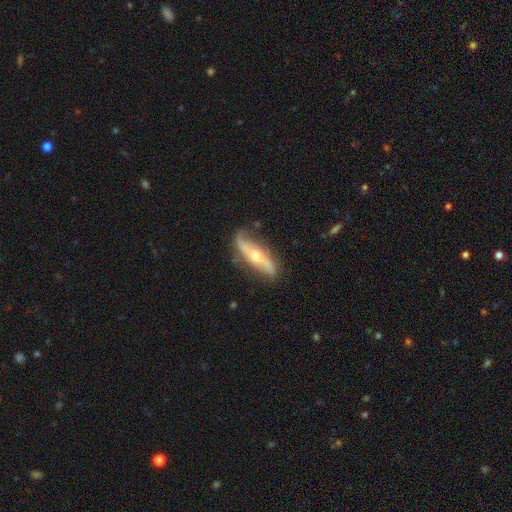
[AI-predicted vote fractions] A featured or disk galaxy (77%) with no bar (50%), spiral arms (86%) and a moderate central bulge (58%). Merging: none (70%).